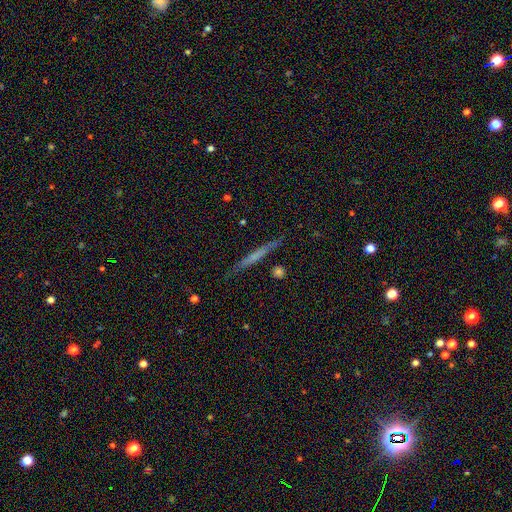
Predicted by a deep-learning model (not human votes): The model was most divided on "smooth or featured": smooth: 47%, featured or disk: 45%, star or artifact: 8%. More confident: merging — none (87%).